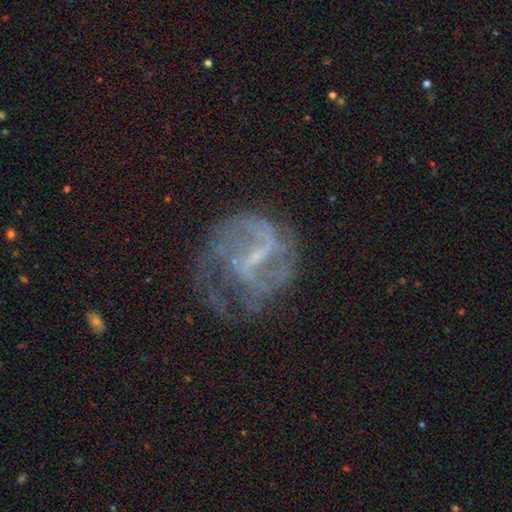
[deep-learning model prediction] The model was most divided on "spiral winding": medium: 45%, loose: 31%, tight: 23%. Remaining: edge-on disk — no (98%); spiral arms — yes (86%); smooth or featured — featured or disk (81%); bulge size — small (61%); bar — weak (51%); merging — none (47%); spiral arm count — 2 (46%).